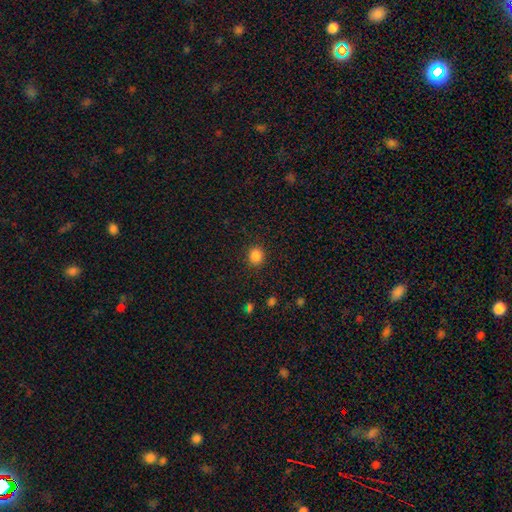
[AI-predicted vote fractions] smooth-or-featured: smooth: 85% | star or artifact: 11% | featured or disk: 3%
  how-rounded: round: 84% | in between: 15% | cigar-shaped: 1%
  merging: none: 90% | minor disturbance: 7% | major disturbance: 2% | merger: 1%